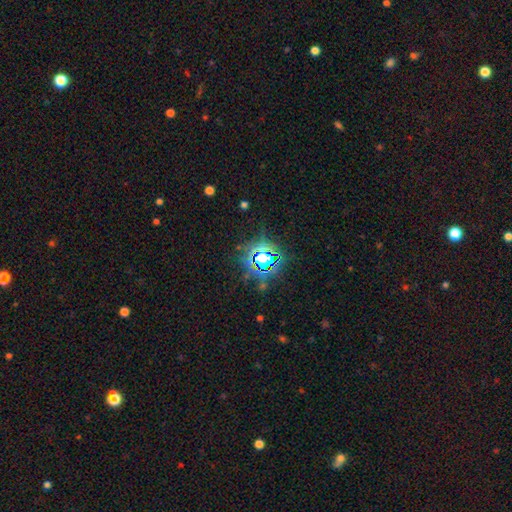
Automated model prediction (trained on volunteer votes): Smooth or featured: star or artifact — 76% (smooth — 15%)